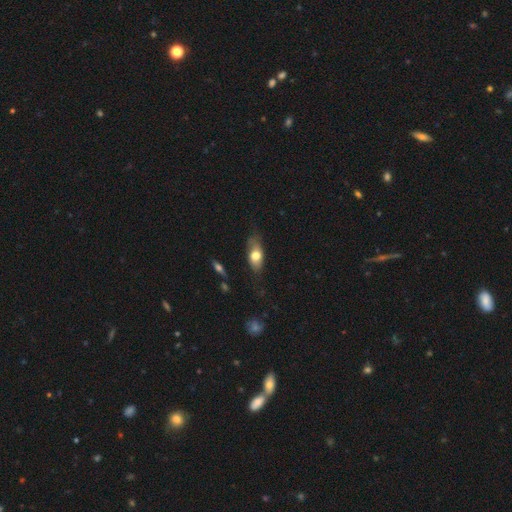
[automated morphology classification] Overall: smooth (67%). How rounded: in between (81%). Merging: none (64%; minor disturbance 26%).